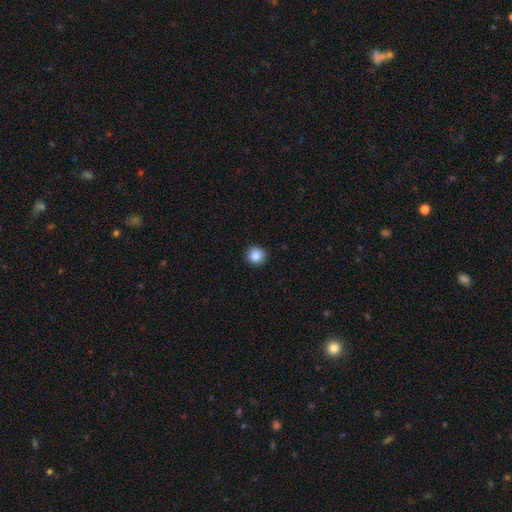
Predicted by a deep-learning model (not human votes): This is clearly a smooth galaxy (86%). How rounded: clearly round (95%). Merging: clearly none (93%).